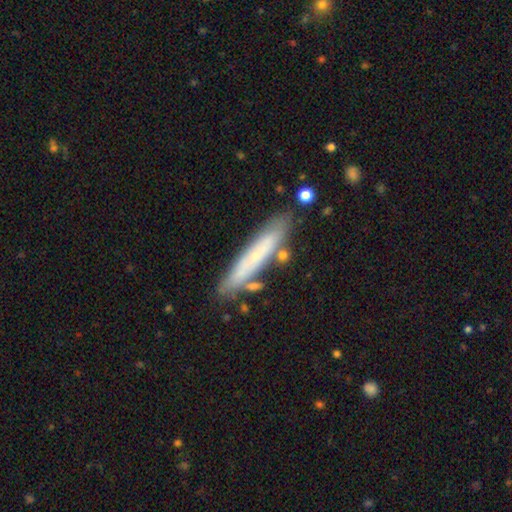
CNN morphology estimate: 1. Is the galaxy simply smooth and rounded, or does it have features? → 55% smooth, 38% featured or disk, 7% star or artifact.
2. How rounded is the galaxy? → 90% cigar-shaped, 8% in between, 1% round.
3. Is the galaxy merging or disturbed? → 78% none, 13% minor disturbance, 6% merger, 3% major disturbance.